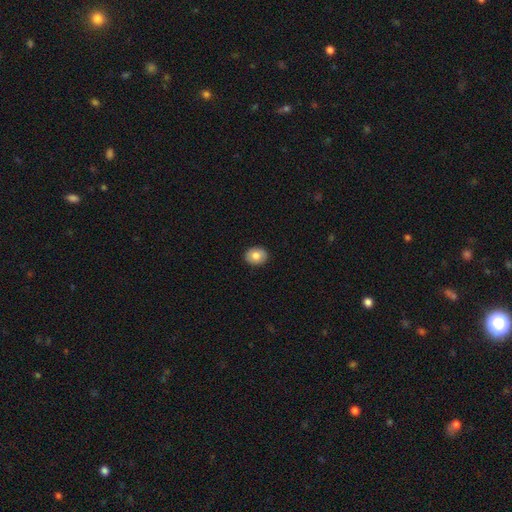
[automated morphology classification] Smooth or featured?
  - smooth: 81% *
  - featured or disk: 11%
  - star or artifact: 8%
How rounded?
  - round: 51% *
  - in between: 48%
  - cigar-shaped: 1%
Merging?
  - none: 91% *
  - minor disturbance: 6%
  - major disturbance: 1%
  - merger: 1%